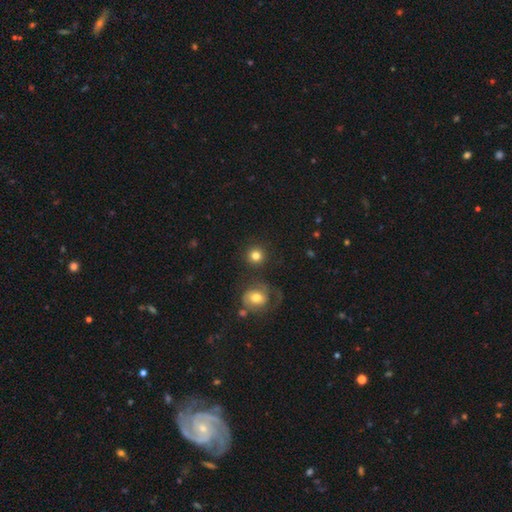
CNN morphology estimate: Q: Smooth or featured?
A: smooth (80%); runner-up: star or artifact (11%)
Q: How rounded?
A: round (93%); runner-up: in between (6%)
Q: Merging?
A: none (83%); runner-up: minor disturbance (7%)